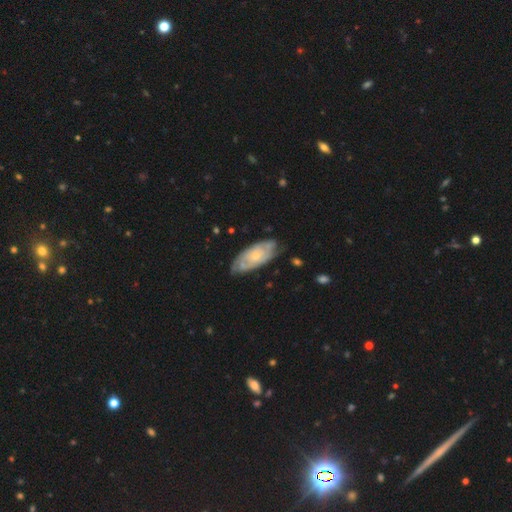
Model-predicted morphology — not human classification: Smooth or featured?
  - featured or disk: 66% *
  - smooth: 28%
  - star or artifact: 5%
Edge-on disk?
  - no: 90% *
  - yes: 10%
Bar?
  - no: 81% *
  - weak: 16%
  - strong: 3%
Spiral arms?
  - yes: 74% *
  - no: 26%
Bulge size?
  - small: 62% *
  - moderate: 34%
  - none: 2%
  - large: 2%
  - dominant: 1%
Merging?
  - none: 67% *
  - minor disturbance: 25%
  - major disturbance: 6%
  - merger: 2%